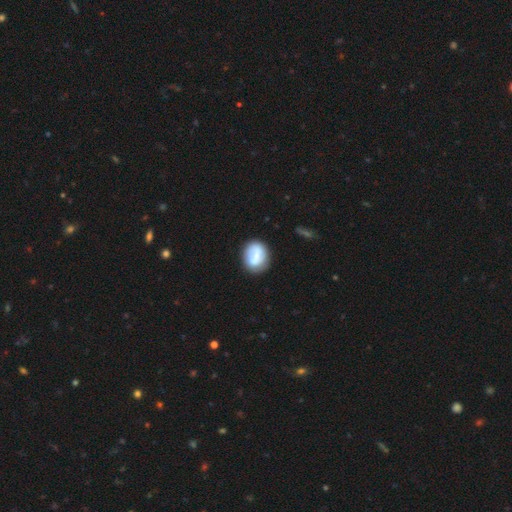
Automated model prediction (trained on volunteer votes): Smooth or featured?
  - smooth: 64% *
  - featured or disk: 29%
  - star or artifact: 7%
How rounded?
  - round: 52% *
  - in between: 46%
  - cigar-shaped: 1%
Merging?
  - none: 71% *
  - minor disturbance: 19%
  - major disturbance: 6%
  - merger: 4%